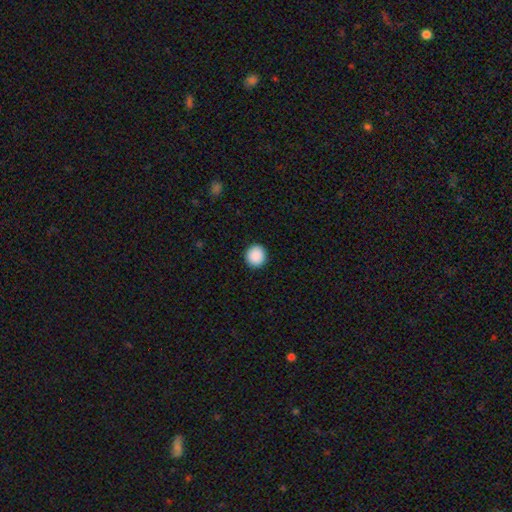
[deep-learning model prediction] Smooth or featured? Predicted: smooth (p=0.90). How rounded? Predicted: round (p=0.92). Merging? Predicted: none (p=0.93).